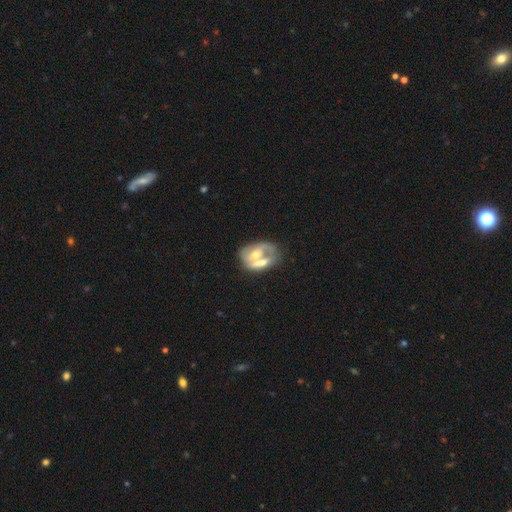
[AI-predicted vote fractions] Smooth or featured?
  - featured or disk: 54% *
  - smooth: 38%
  - star or artifact: 7%
Edge-on disk?
  - no: 95% *
  - yes: 5%
Bar?
  - no: 72% *
  - weak: 19%
  - strong: 9%
Spiral arms?
  - no: 74% *
  - yes: 26%
Bulge size?
  - moderate: 61% *
  - small: 24%
  - large: 8%
  - none: 6%
  - dominant: 2%
Merging?
  - merger: 60% *
  - none: 18%
  - major disturbance: 12%
  - minor disturbance: 10%